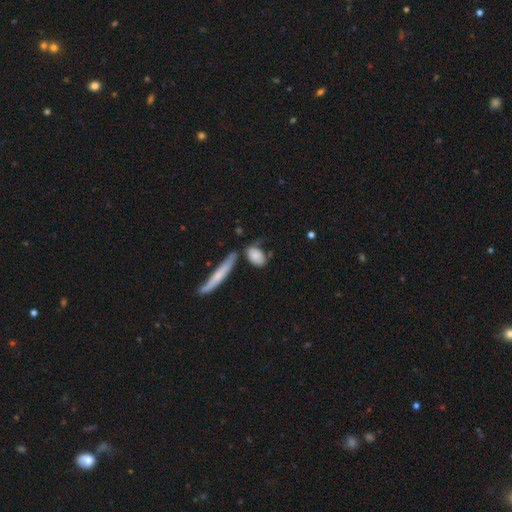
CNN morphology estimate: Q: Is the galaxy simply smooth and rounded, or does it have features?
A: smooth — 79%.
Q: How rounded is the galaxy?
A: in between — 77%.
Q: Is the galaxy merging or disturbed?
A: none — 48%.